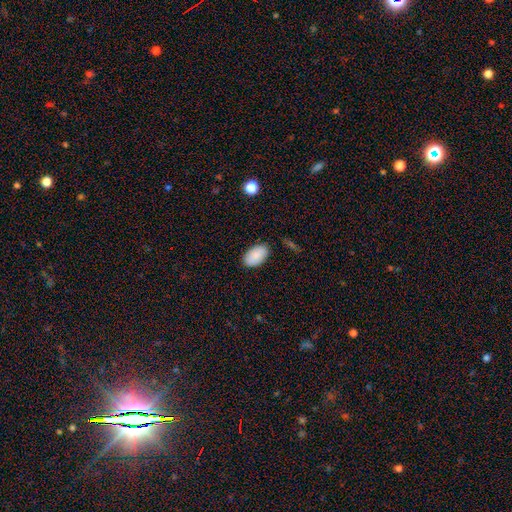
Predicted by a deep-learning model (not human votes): Smooth or featured? Predicted: smooth (p=0.89). How rounded? Predicted: in between (p=0.95). Merging? Predicted: none (p=0.86).